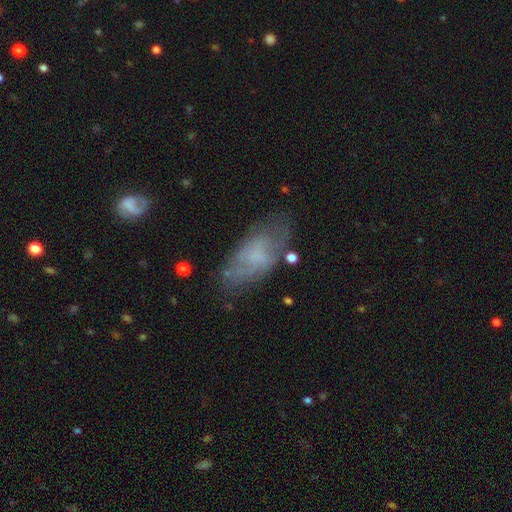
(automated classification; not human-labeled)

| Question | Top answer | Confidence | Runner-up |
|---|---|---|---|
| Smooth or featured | smooth | 51% | featured or disk (40%) |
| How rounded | in between | 85% | cigar-shaped (12%) |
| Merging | none | 58% | minor disturbance (26%) |